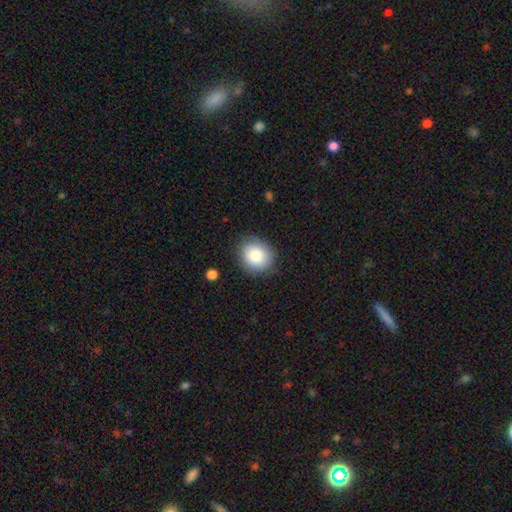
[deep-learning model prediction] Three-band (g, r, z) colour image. It shows a smooth galaxy with no disk features (85%) that is round (67%). Merging: none (82%).